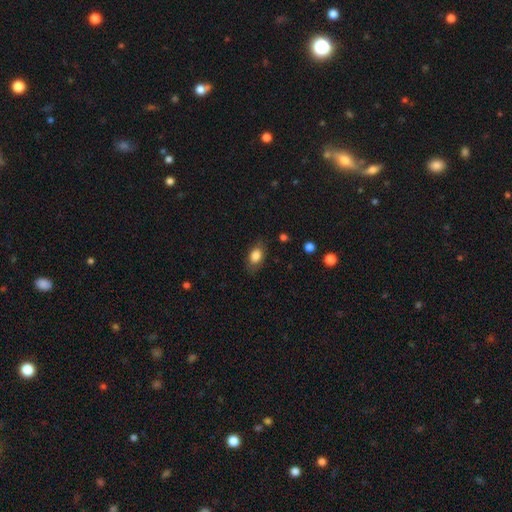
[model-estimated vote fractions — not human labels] Q: Smooth or featured?
A: smooth (81%); runner-up: featured or disk (11%)
Q: How rounded?
A: in between (84%); runner-up: round (13%)
Q: Merging?
A: none (78%); runner-up: minor disturbance (16%)